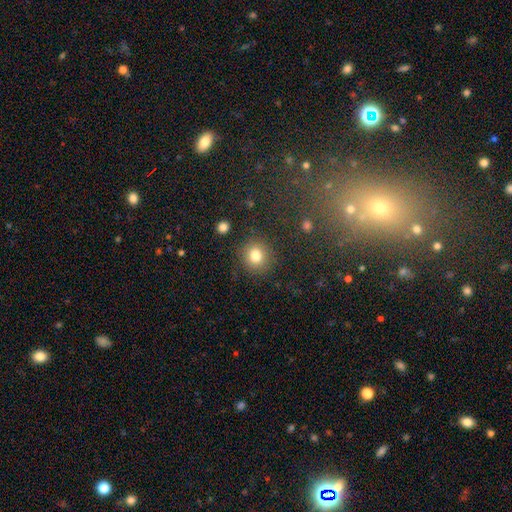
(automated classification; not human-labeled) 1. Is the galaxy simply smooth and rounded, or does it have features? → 81% smooth, 12% star or artifact, 7% featured or disk.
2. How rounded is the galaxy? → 88% round, 11% in between, 1% cigar-shaped.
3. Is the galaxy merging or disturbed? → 87% none, 8% minor disturbance, 3% major disturbance, 2% merger.